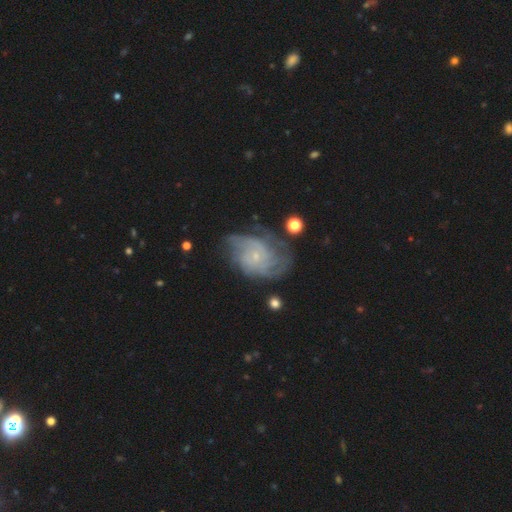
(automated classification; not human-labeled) smooth_or_featured: featured or disk (p=0.82) [alt: smooth p=0.11]
disk_edge_on: no (p=0.97) [alt: yes p=0.03]
bar: no (p=0.76) [alt: weak p=0.21]
has_spiral_arms: yes (p=0.93) [alt: no p=0.07]
spiral_winding: tight (p=0.51) [alt: medium p=0.36]
spiral_arm_count: can't tell (p=0.36) [alt: 3 p=0.18]
bulge_size: small (p=0.83) [alt: moderate p=0.11]
merging: none (p=0.59) [alt: minor disturbance p=0.23]